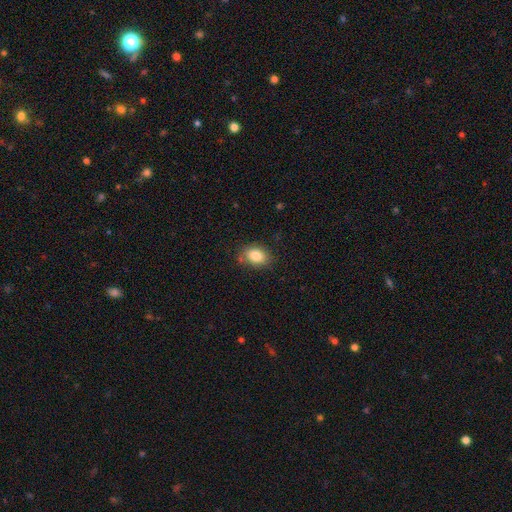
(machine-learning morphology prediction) Smooth or featured?
  - smooth: 84% *
  - star or artifact: 8%
  - featured or disk: 7%
How rounded?
  - in between: 76% *
  - round: 23%
  - cigar-shaped: 1%
Merging?
  - none: 80% *
  - minor disturbance: 15%
  - major disturbance: 3%
  - merger: 2%